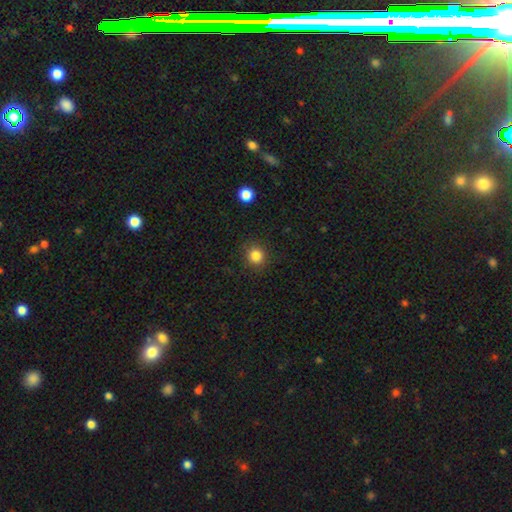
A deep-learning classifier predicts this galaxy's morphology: Smooth or featured? Predicted: smooth (p=0.84). How rounded? Predicted: round (p=0.89). Merging? Predicted: none (p=0.89).